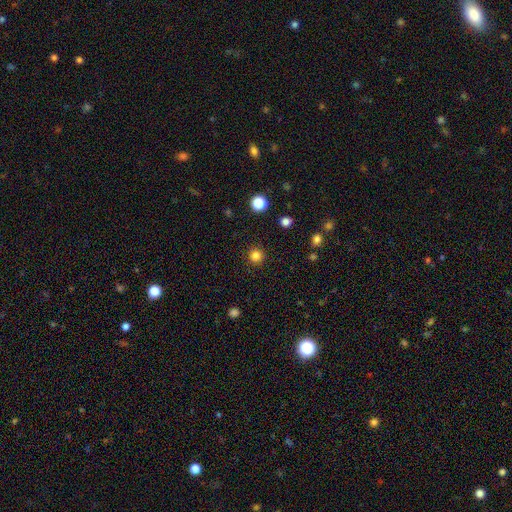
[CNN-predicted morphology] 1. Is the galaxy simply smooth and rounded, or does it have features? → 82% smooth, 14% star or artifact, 4% featured or disk.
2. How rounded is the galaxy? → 95% round, 4% in between, 1% cigar-shaped.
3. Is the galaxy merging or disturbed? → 92% none, 5% minor disturbance, 2% major disturbance, 1% merger.